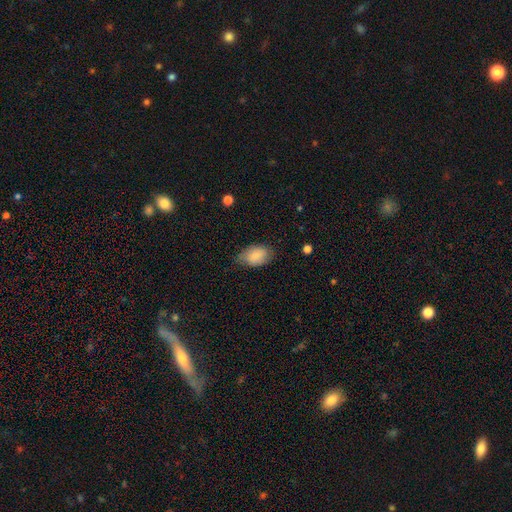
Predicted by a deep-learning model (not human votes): smooth_or_featured: smooth (p=0.82) [alt: featured or disk p=0.11]
how_rounded: in between (p=0.89) [alt: round p=0.09]
merging: none (p=0.67) [alt: minor disturbance p=0.26]